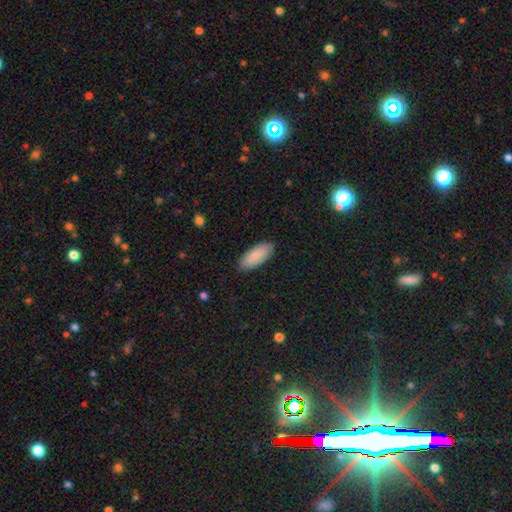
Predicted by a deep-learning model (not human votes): Smooth or featured? Predicted: smooth (p=0.86). How rounded? Predicted: in between (p=0.86). Merging? Predicted: none (p=0.88).